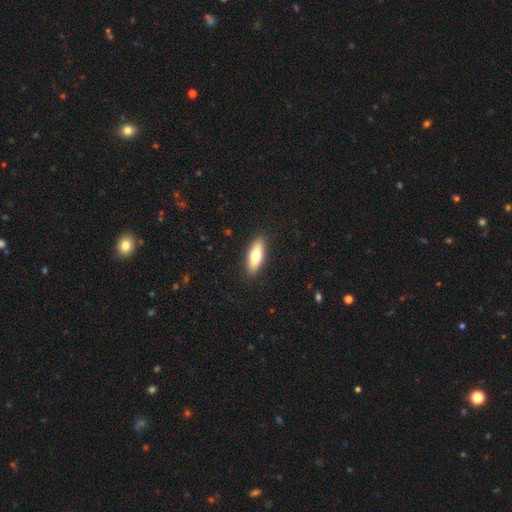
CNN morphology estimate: Smooth or featured?
  - smooth: 70% *
  - featured or disk: 24%
  - star or artifact: 6%
How rounded?
  - in between: 66% *
  - cigar-shaped: 32%
  - round: 3%
Merging?
  - none: 89% *
  - minor disturbance: 8%
  - major disturbance: 2%
  - merger: 1%